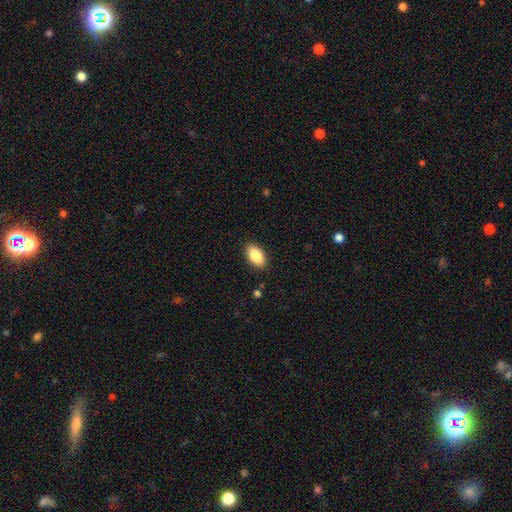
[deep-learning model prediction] smooth-or-featured: smooth: 87% | star or artifact: 7% | featured or disk: 6%
  how-rounded: in between: 94% | round: 4% | cigar-shaped: 2%
  merging: none: 89% | minor disturbance: 8% | major disturbance: 2% | merger: 1%